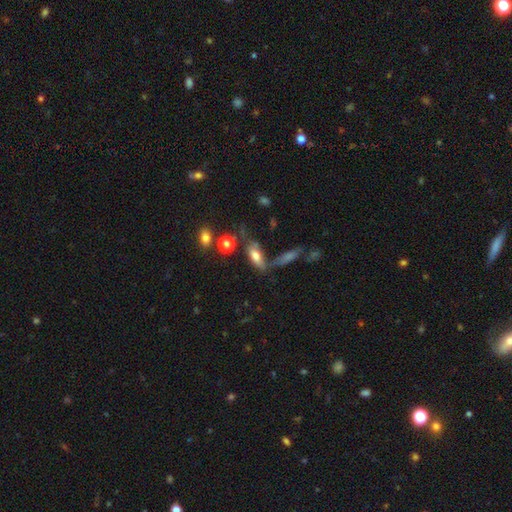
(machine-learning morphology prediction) type=smooth (68%); roundness=in between (70%); merging=none (45%).